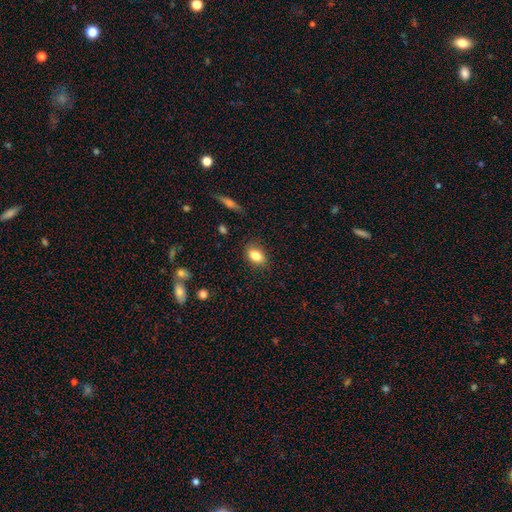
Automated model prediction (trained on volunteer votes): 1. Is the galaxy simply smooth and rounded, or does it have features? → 84% smooth, 9% star or artifact, 7% featured or disk.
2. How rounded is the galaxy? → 84% in between, 13% round, 3% cigar-shaped.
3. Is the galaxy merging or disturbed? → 84% none, 12% minor disturbance, 3% major disturbance, 1% merger.